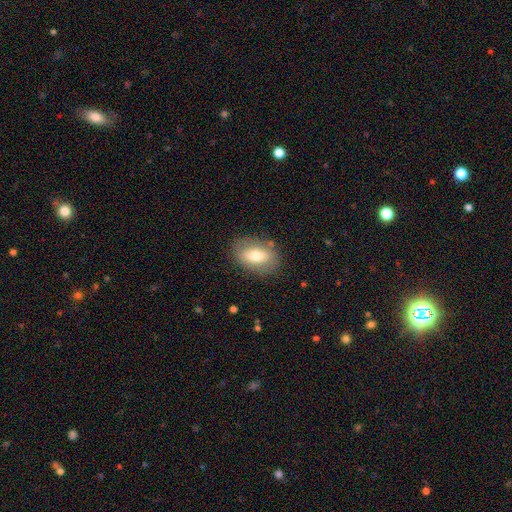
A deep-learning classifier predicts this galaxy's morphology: smooth_or_featured: smooth (p=0.65) [alt: featured or disk p=0.28]
how_rounded: in between (p=0.82) [alt: round p=0.15]
merging: none (p=0.81) [alt: minor disturbance p=0.13]